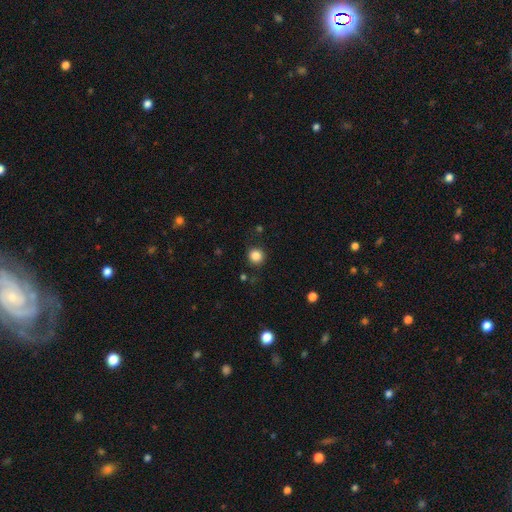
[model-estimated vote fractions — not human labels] Smooth or featured?
  - smooth: 85% *
  - star or artifact: 11%
  - featured or disk: 4%
How rounded?
  - round: 93% *
  - in between: 6%
  - cigar-shaped: 1%
Merging?
  - none: 88% *
  - minor disturbance: 7%
  - major disturbance: 3%
  - merger: 2%